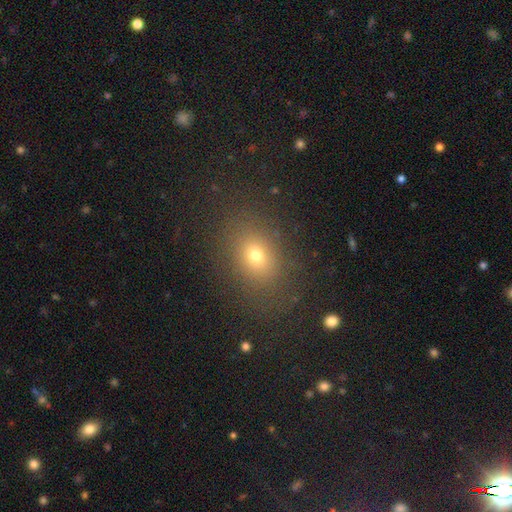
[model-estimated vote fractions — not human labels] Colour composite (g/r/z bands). It shows a smooth galaxy with no disk features (70%) that is in between round and cigar-shaped (57%). Merging: none (83%).